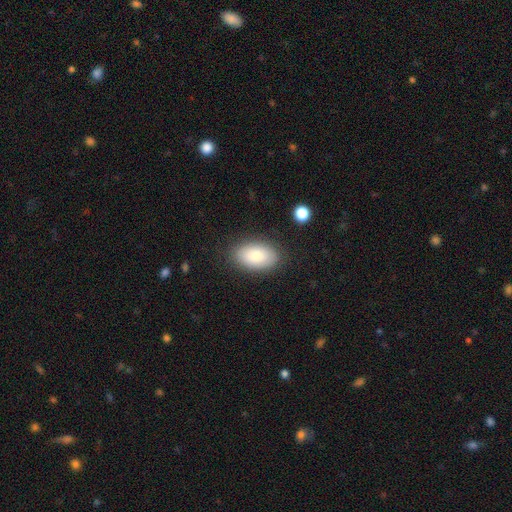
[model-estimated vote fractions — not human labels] smooth_or_featured: smooth (p=0.83) [alt: featured or disk p=0.10]
how_rounded: in between (p=0.93) [alt: round p=0.06]
merging: none (p=0.84) [alt: minor disturbance p=0.11]